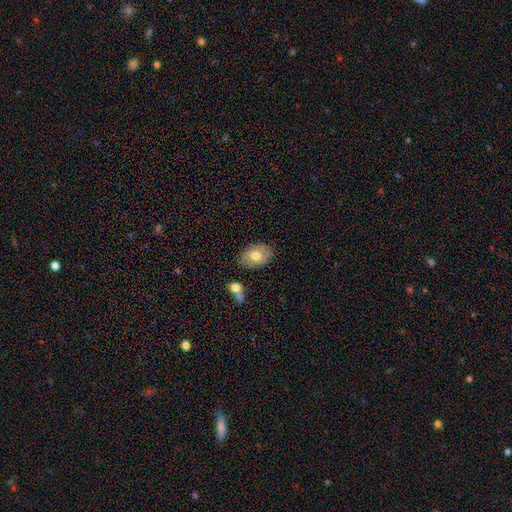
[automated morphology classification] Overall: smooth (67%). How rounded: in between (83%). Merging: none (80%).